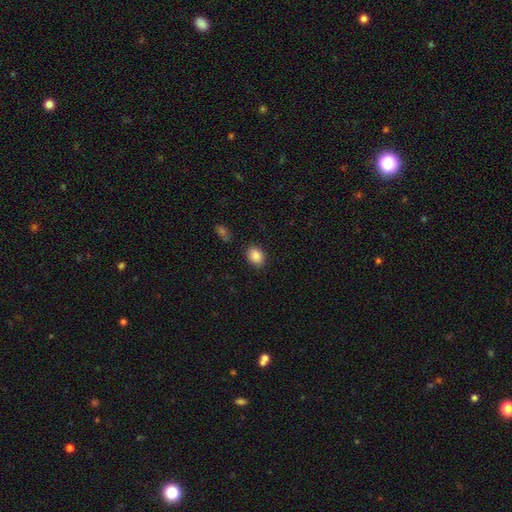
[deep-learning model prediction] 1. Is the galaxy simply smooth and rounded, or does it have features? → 87% smooth, 8% star or artifact, 5% featured or disk.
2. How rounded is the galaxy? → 69% in between, 30% round, 1% cigar-shaped.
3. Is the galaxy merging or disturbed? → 87% none, 9% minor disturbance, 2% major disturbance, 2% merger.